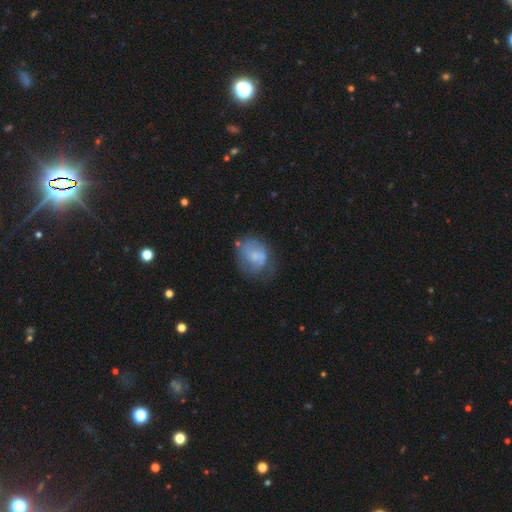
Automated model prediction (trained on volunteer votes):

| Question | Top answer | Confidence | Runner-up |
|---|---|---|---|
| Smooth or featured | smooth | 51% | featured or disk (40%) |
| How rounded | round | 58% | in between (41%) |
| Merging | none | 43% | minor disturbance (29%) |